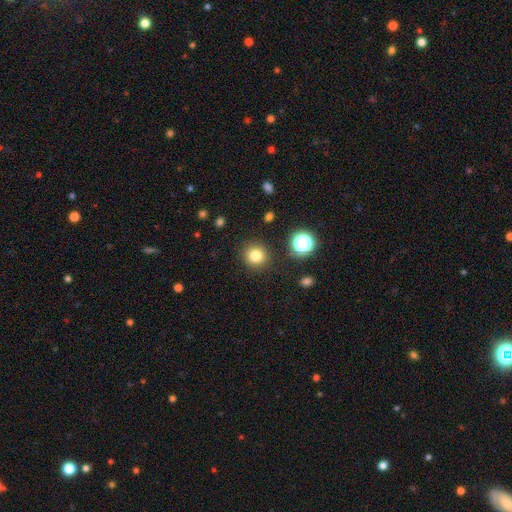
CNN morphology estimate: The model was most divided on "smooth or featured": smooth: 79%, star or artifact: 14%, featured or disk: 7%. More confident: how rounded — round (93%); merging — none (89%).